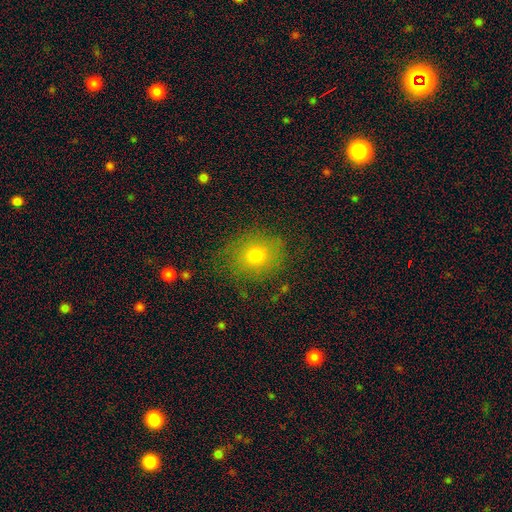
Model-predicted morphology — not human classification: smooth 70%, featured or disk 16%, star or artifact 14%. Down the decision tree: how rounded — round (65%); merging — none (76%).